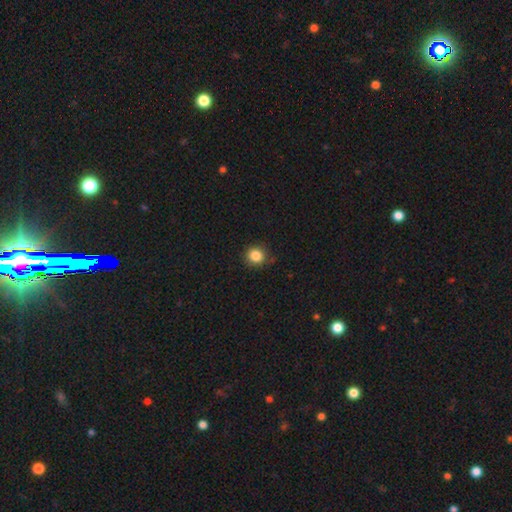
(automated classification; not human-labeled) smooth 85%, star or artifact 11%, featured or disk 4%. Down the decision tree: how rounded — round (87%); merging — none (86%).